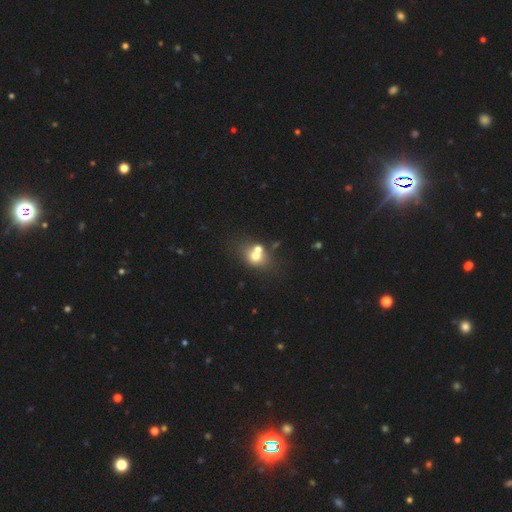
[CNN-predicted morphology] Smooth or featured?
  - smooth: 66% *
  - featured or disk: 20%
  - star or artifact: 14%
How rounded?
  - round: 61% *
  - in between: 38%
  - cigar-shaped: 1%
Merging?
  - none: 44% *
  - merger: 41%
  - minor disturbance: 10%
  - major disturbance: 5%